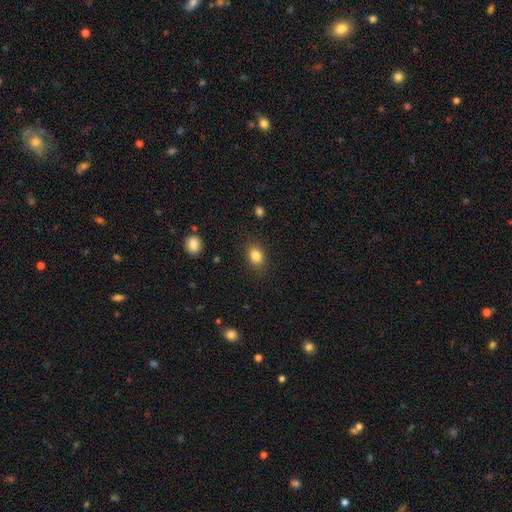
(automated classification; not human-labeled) Overall: smooth (84%). How rounded: in between (65%; round 34%). Merging: none (86%).